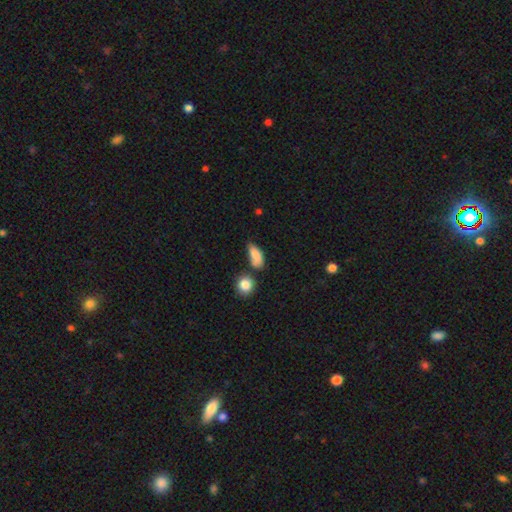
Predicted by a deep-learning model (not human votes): A smooth galaxy with no disk features (83%) that is in between round and cigar-shaped (81%). Merging: none (48%).